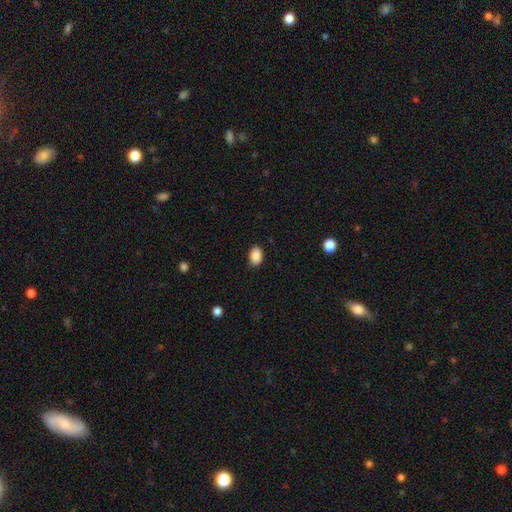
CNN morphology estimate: Smooth or featured: smooth — 87% (star or artifact — 8%)
How rounded: in between — 82% (round — 17%)
Merging: none — 86% (minor disturbance — 11%)